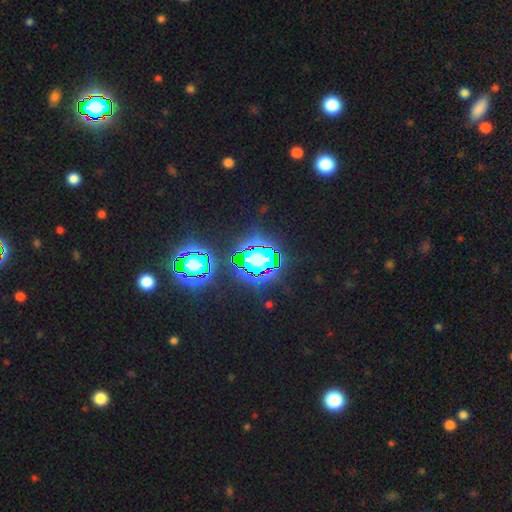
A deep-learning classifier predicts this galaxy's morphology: Smooth or featured? star or artifact (75%)